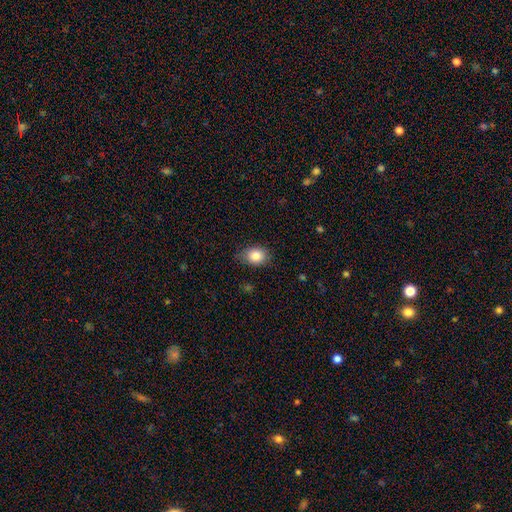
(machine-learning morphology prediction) Smooth or featured? smooth (85%)
How rounded? in between (63%)
Merging? none (77%)